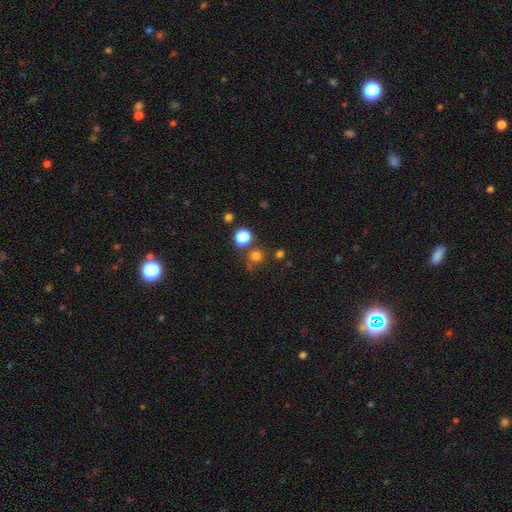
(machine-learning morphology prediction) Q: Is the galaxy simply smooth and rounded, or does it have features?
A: smooth — 74%.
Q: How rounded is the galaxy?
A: round — 90%.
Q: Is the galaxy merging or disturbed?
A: none — 70%.